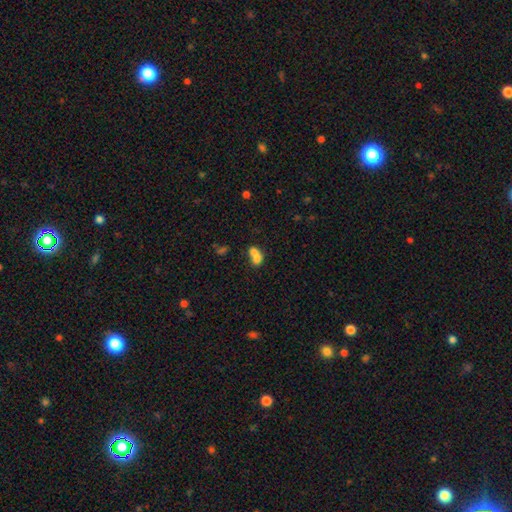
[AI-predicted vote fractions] smooth 72%, featured or disk 18%, star or artifact 11%. Down the decision tree: how rounded — in between (57%); merging — merger (72%).